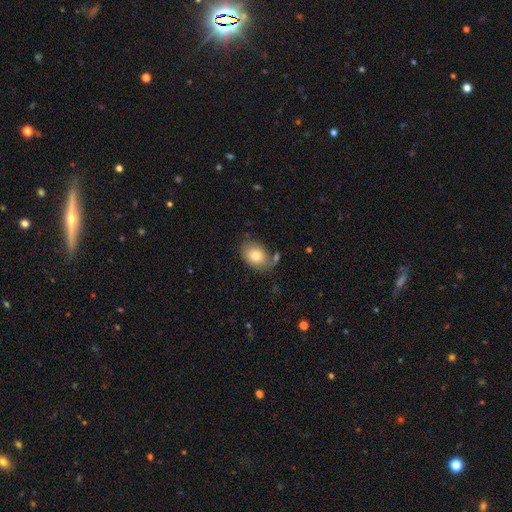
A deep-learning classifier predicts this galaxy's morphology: type=smooth (78%); roundness=in between (73%); merging=none (64%).